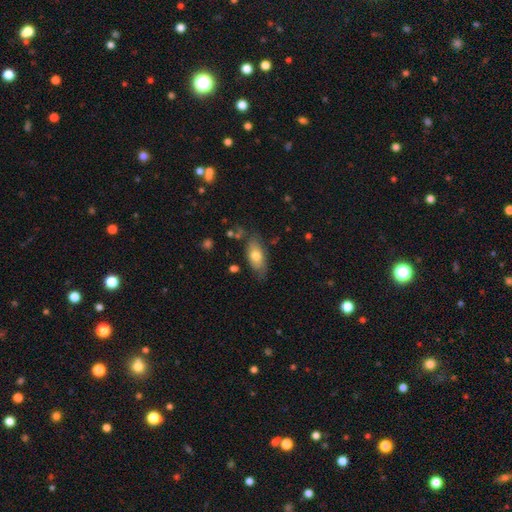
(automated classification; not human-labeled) A smooth galaxy with no disk features (69%) that is in between round and cigar-shaped (87%).

Vote fractions:
- Smooth or featured? smooth: 69% / featured or disk: 24% / star or artifact: 7%
- How rounded? in between: 87% / cigar-shaped: 9% / round: 4%
- Merging? none: 71% / minor disturbance: 22% / major disturbance: 5% / merger: 3%